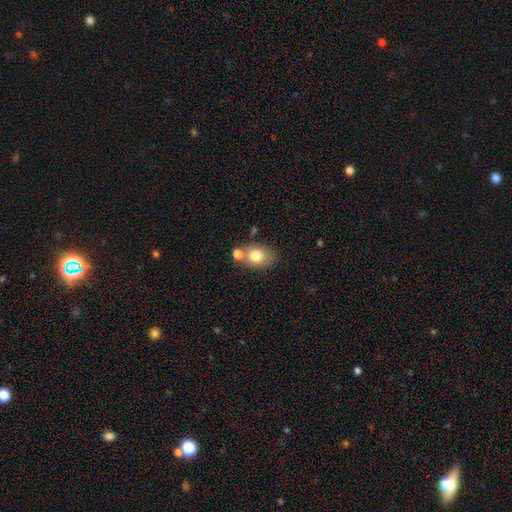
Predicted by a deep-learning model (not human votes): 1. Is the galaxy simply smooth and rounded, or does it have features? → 78% smooth, 12% featured or disk, 10% star or artifact.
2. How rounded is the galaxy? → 59% in between, 40% round, 1% cigar-shaped.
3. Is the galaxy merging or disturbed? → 56% none, 25% merger, 14% minor disturbance, 5% major disturbance.